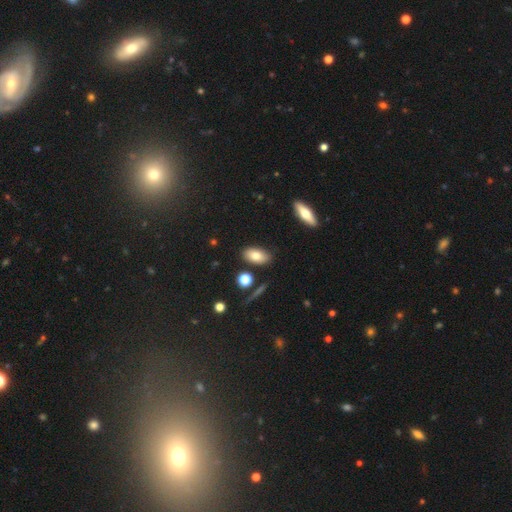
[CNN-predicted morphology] The model was most divided on "smooth or featured": smooth: 79%, featured or disk: 13%, star or artifact: 8%. More confident: how rounded — in between (90%); merging — none (83%).